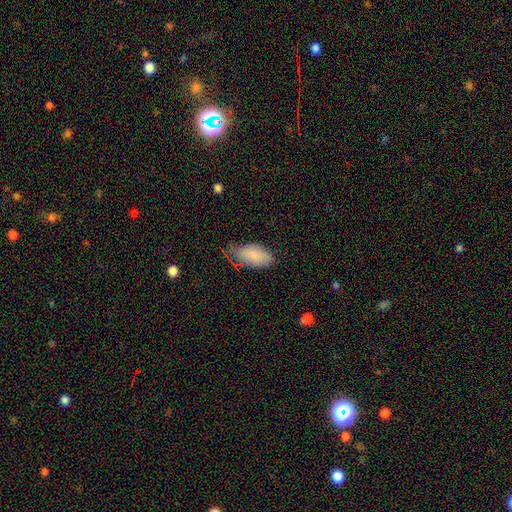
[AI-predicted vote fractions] Smooth or featured? Predicted: smooth (p=0.80). How rounded? Predicted: in between (p=0.95). Merging? Predicted: none (p=0.45).